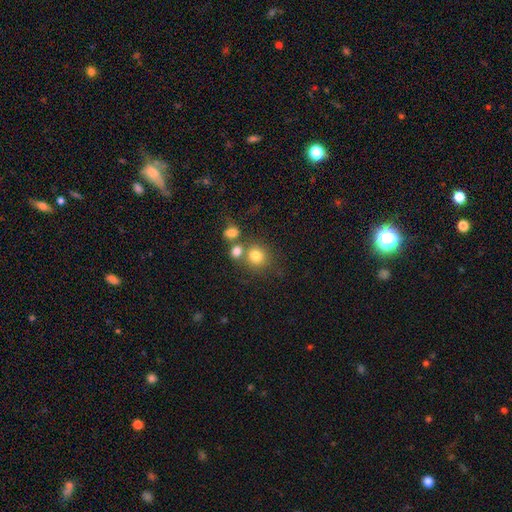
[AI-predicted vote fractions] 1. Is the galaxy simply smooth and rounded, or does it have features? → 78% smooth, 13% star or artifact, 9% featured or disk.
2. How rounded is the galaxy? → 84% round, 15% in between, 1% cigar-shaped.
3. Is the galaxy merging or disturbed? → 59% none, 26% merger, 10% minor disturbance, 5% major disturbance.